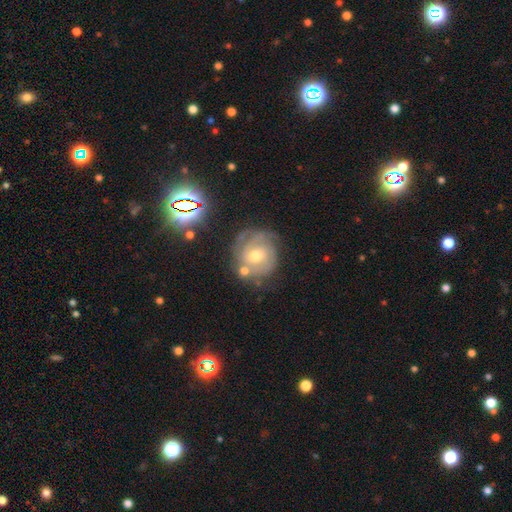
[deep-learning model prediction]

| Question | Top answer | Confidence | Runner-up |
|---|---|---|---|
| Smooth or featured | featured or disk | 72% | smooth (17%) |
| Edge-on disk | no | 97% | yes (3%) |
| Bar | no | 63% | weak (31%) |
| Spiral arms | yes | 88% | no (12%) |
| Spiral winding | tight | 67% | medium (26%) |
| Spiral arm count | can't tell | 36% | 2 (30%) |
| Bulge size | moderate | 67% | small (27%) |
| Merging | none | 66% | minor disturbance (18%) |